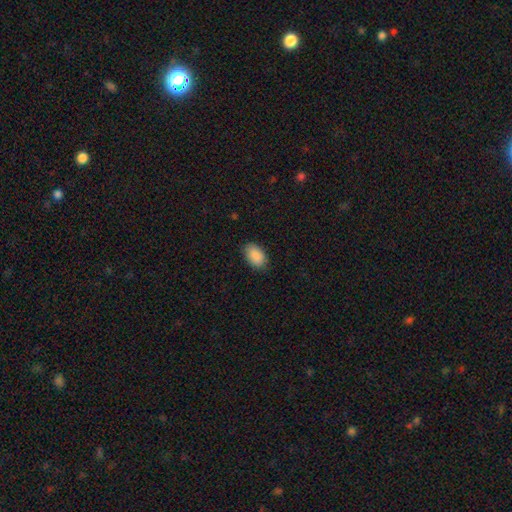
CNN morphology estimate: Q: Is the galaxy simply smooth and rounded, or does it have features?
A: smooth — 90%.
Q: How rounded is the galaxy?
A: in between — 92%.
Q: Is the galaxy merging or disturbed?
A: none — 84%.